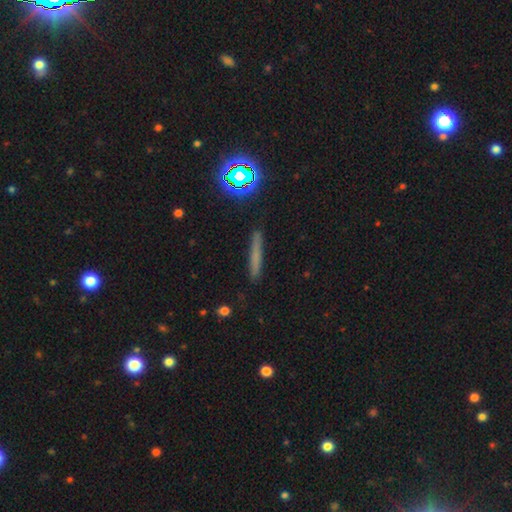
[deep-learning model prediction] This is possibly a smooth galaxy (59%). How rounded: clearly cigar-shaped (93%). Merging: clearly none (87%).